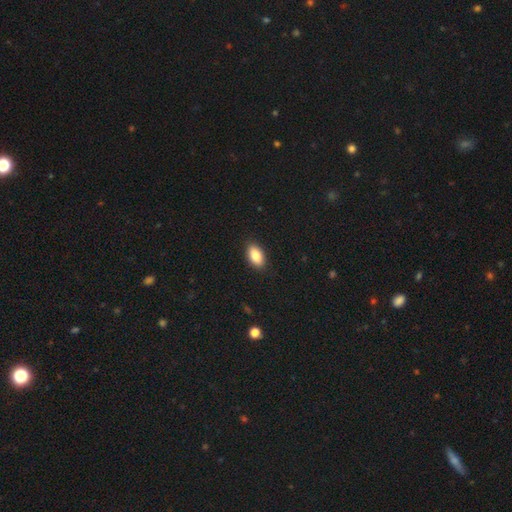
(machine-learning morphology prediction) A smooth galaxy with no disk features (85%) that is in between round and cigar-shaped (92%). Merging: none (89%).